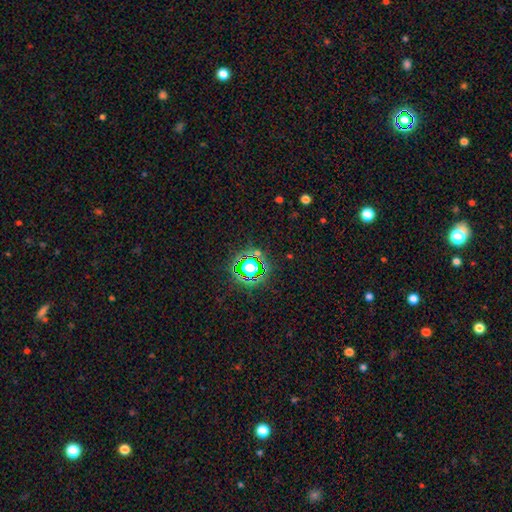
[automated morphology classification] Smooth or featured? star or artifact (73%)